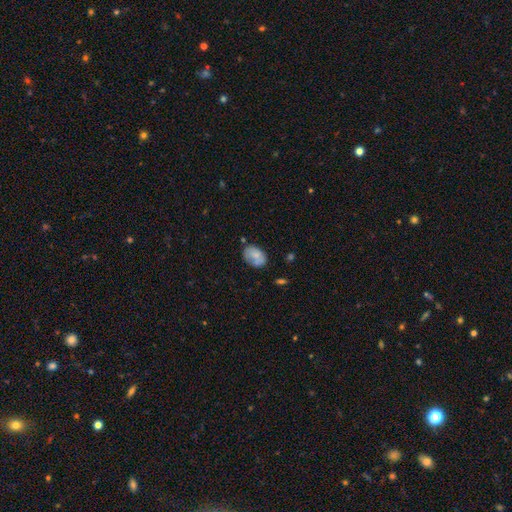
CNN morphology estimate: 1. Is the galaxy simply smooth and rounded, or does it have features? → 72% smooth, 20% featured or disk, 8% star or artifact.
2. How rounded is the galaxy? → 81% in between, 18% round, 1% cigar-shaped.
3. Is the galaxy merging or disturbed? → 60% none, 26% minor disturbance, 7% major disturbance, 6% merger.